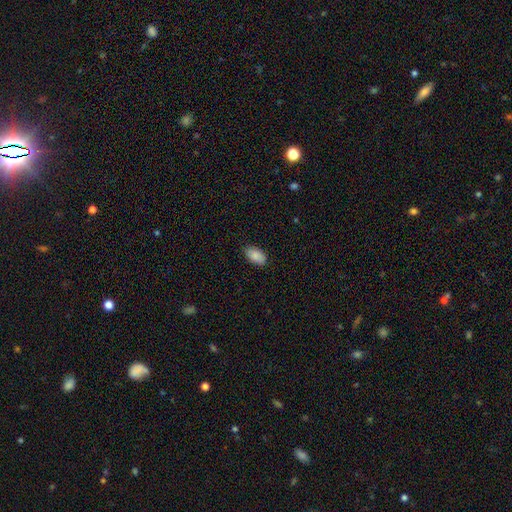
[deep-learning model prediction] Smooth or featured? smooth (88%)
How rounded? in between (94%)
Merging? none (84%)